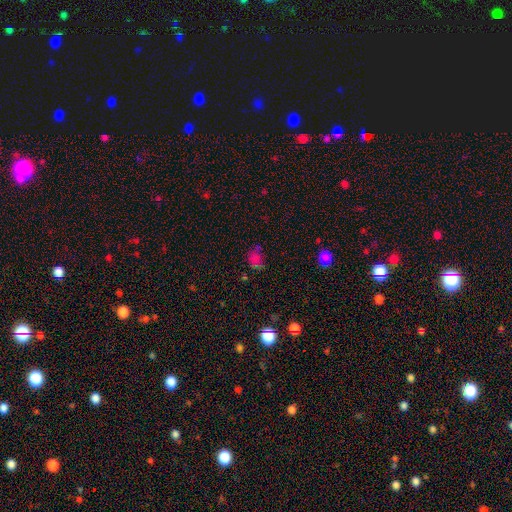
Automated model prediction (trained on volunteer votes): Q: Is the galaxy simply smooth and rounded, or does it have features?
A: smooth — 61%.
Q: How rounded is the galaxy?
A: in between — 64%.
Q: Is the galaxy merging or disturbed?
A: none — 50%.